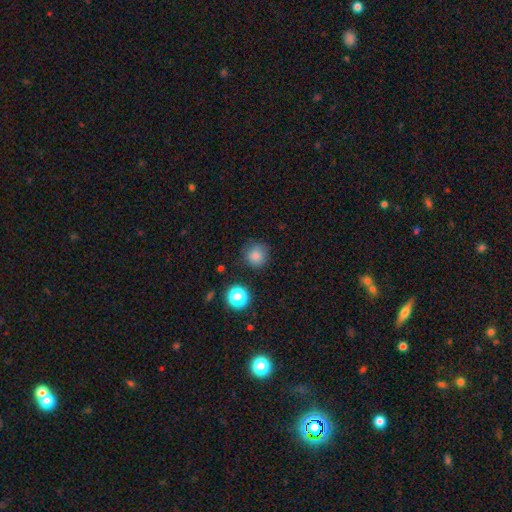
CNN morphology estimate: smooth 81%, star or artifact 14%, featured or disk 5%. Down the decision tree: how rounded — round (91%); merging — none (79%).